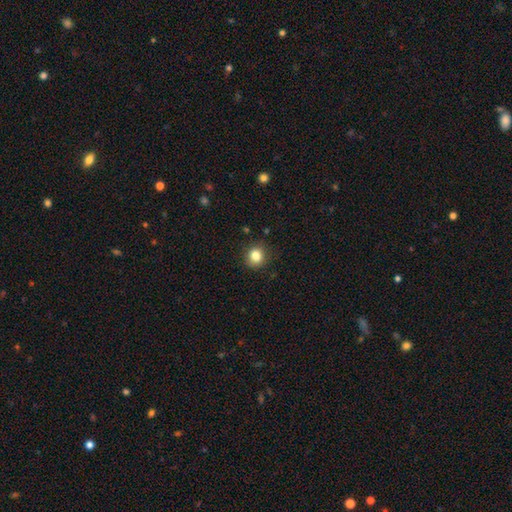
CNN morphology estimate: Overall: smooth (84%). How rounded: round (78%). Merging: none (86%).